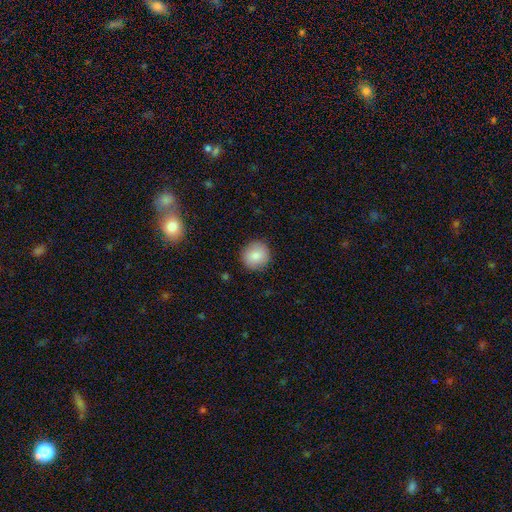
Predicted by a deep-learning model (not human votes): smooth_or_featured: smooth (p=0.83) [alt: featured or disk p=0.09]
how_rounded: round (p=0.89) [alt: in between p=0.10]
merging: none (p=0.89) [alt: minor disturbance p=0.08]